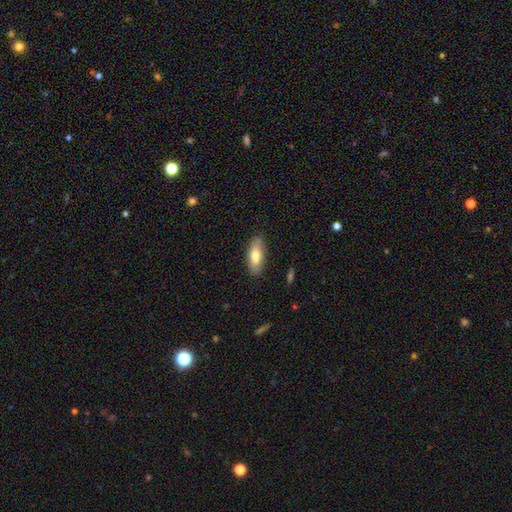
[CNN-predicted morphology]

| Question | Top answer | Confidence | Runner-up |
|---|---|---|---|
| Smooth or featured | smooth | 73% | featured or disk (21%) |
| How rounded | in between | 72% | cigar-shaped (26%) |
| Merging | none | 85% | minor disturbance (11%) |